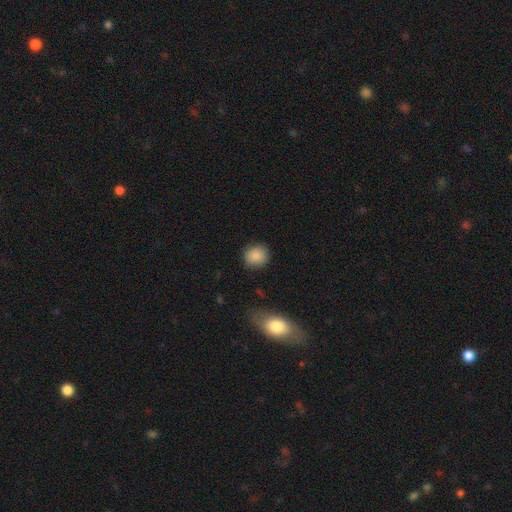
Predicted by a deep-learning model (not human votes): smooth 87%, star or artifact 8%, featured or disk 5%. Down the decision tree: how rounded — round (84%); merging — none (86%).